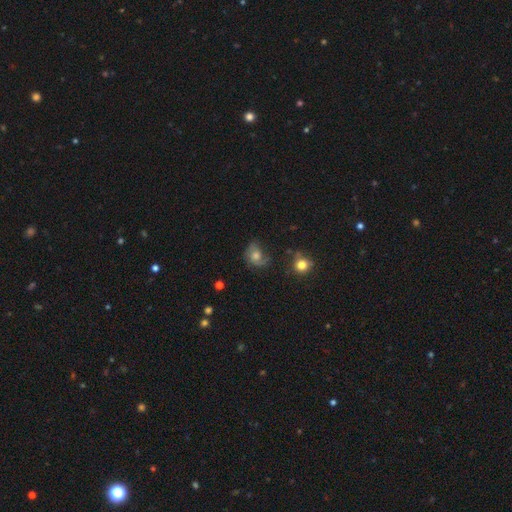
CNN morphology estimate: Overall: featured or disk (46%; smooth 40%). Merging: none (47%; minor disturbance 26%).